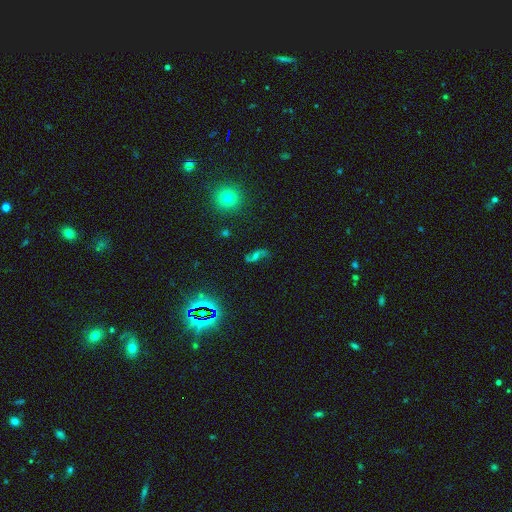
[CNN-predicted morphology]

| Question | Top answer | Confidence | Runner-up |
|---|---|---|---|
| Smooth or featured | featured or disk | 64% | star or artifact (19%) |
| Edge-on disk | no | 93% | yes (7%) |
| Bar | no | 49% | weak (35%) |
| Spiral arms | yes | 88% | no (12%) |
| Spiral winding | loose | 76% | medium (19%) |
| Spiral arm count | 2 | 90% | 1 (4%) |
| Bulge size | moderate | 42% | small (33%) |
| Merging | none | 71% | minor disturbance (15%) |